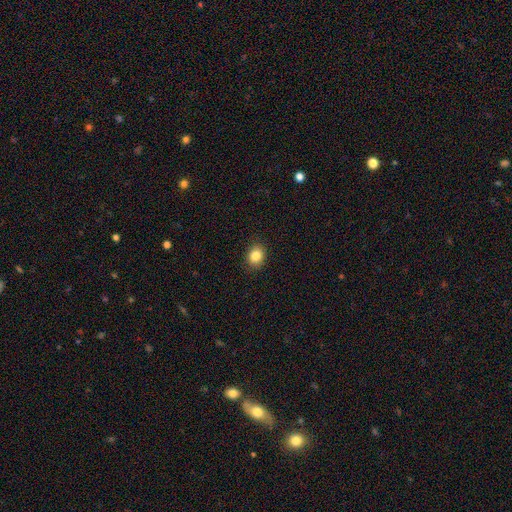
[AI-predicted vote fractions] smooth-or-featured: smooth: 85% | star or artifact: 10% | featured or disk: 5%
  how-rounded: round: 59% | in between: 40% | cigar-shaped: 1%
  merging: none: 89% | minor disturbance: 8% | major disturbance: 2% | merger: 1%